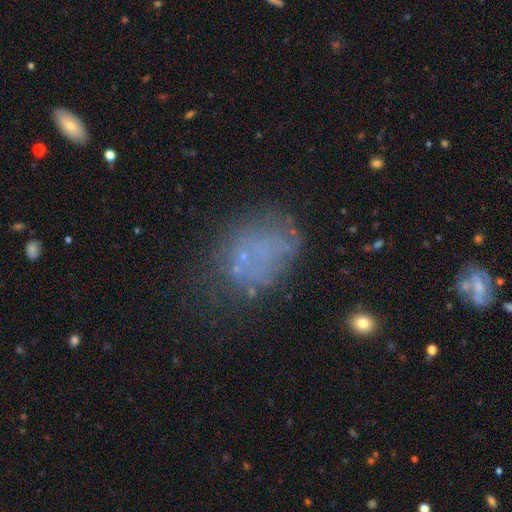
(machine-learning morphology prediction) A smooth galaxy with no disk features (45%). Merging: none (54%).